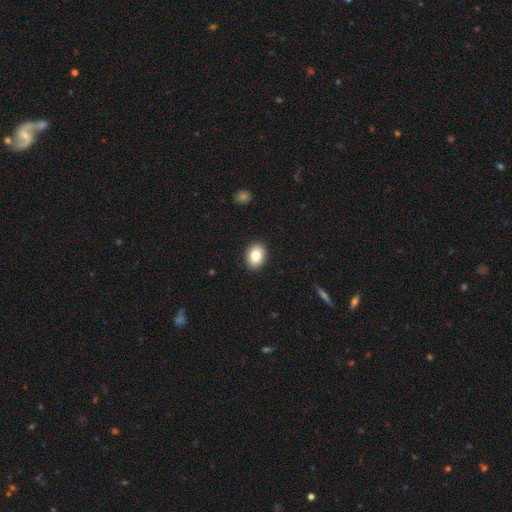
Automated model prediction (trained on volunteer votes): Smooth or featured? smooth (84%)
How rounded? in between (65%)
Merging? none (90%)